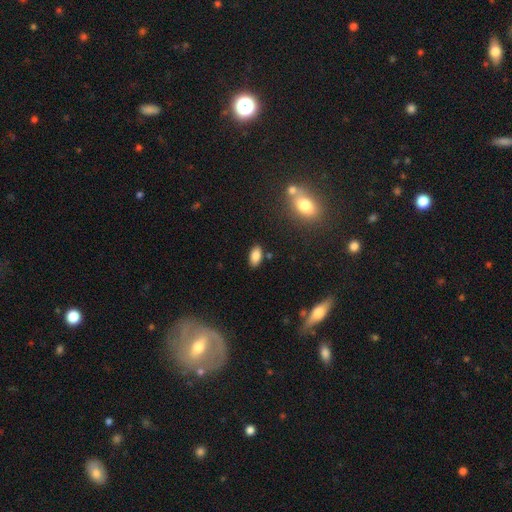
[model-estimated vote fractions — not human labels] This appears to be a smooth galaxy with no disk features (85%) that is in between round and cigar-shaped (92%). Merging: none (85%).